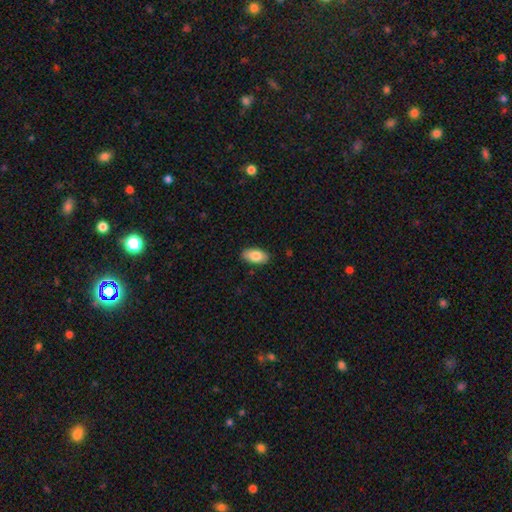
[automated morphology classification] Overall: smooth (84%). How rounded: in between (94%). Merging: none (87%).